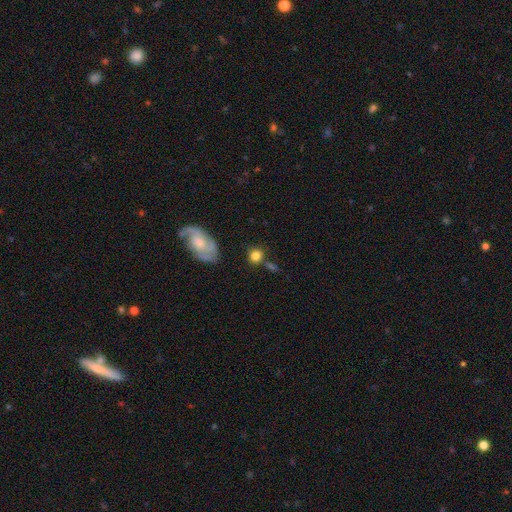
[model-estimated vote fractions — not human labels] The model was most divided on "merging": none: 66%, merger: 14%, minor disturbance: 14%, major disturbance: 6%. More confident: how rounded — round (81%); smooth or featured — smooth (78%).